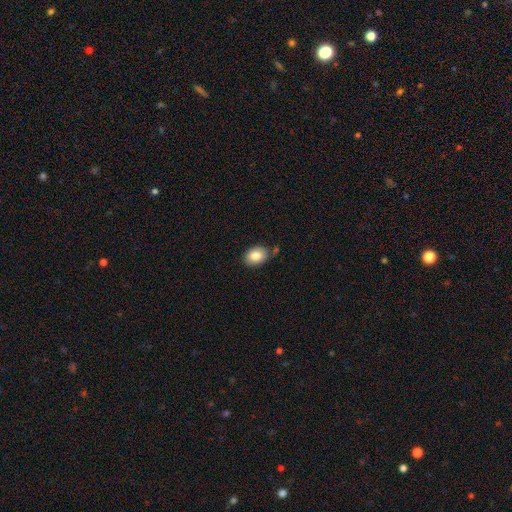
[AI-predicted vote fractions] A smooth galaxy with no disk features (84%) that is in between round and cigar-shaped (72%).

Vote fractions:
- Smooth or featured? smooth: 84% / featured or disk: 8% / star or artifact: 8%
- How rounded? in between: 72% / round: 27% / cigar-shaped: 1%
- Merging? none: 75% / minor disturbance: 17% / merger: 5% / major disturbance: 3%